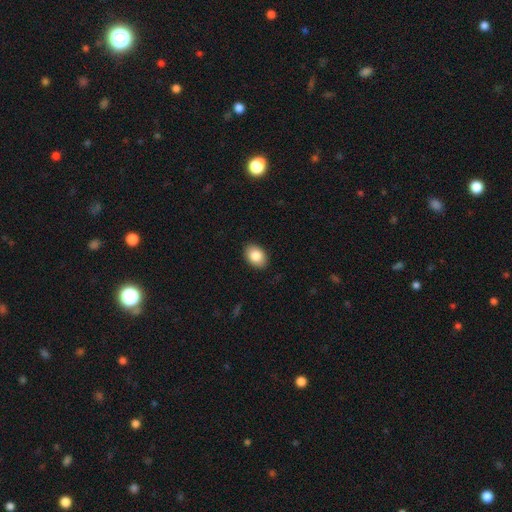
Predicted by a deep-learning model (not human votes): Overall: smooth (86%). How rounded: in between (79%). Merging: none (89%).